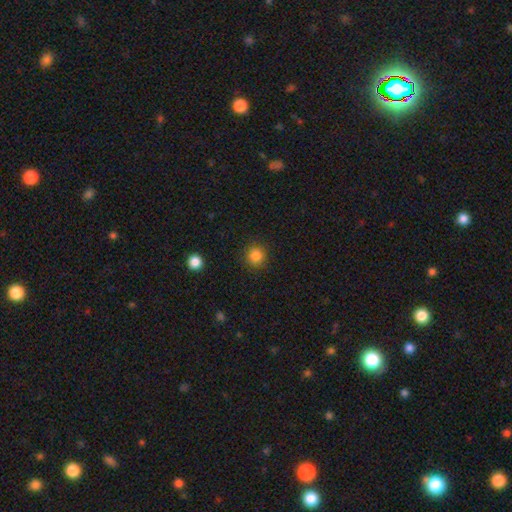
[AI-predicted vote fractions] Smooth or featured?
  - smooth: 85% *
  - star or artifact: 11%
  - featured or disk: 3%
How rounded?
  - round: 92% *
  - in between: 7%
  - cigar-shaped: 1%
Merging?
  - none: 90% *
  - minor disturbance: 6%
  - major disturbance: 2%
  - merger: 1%